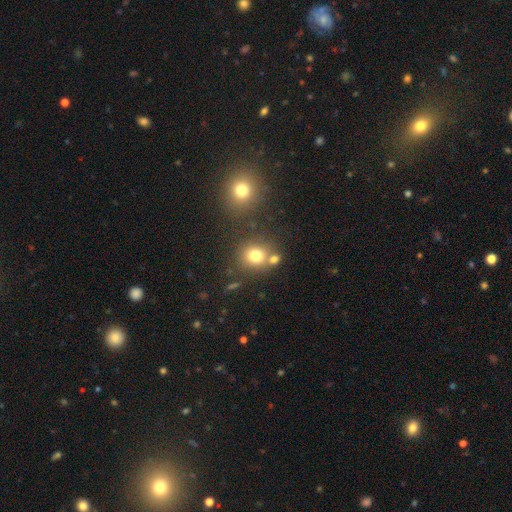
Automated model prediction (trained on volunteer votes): Overall: smooth (76%). How rounded: round (81%). Merging: none (66%).